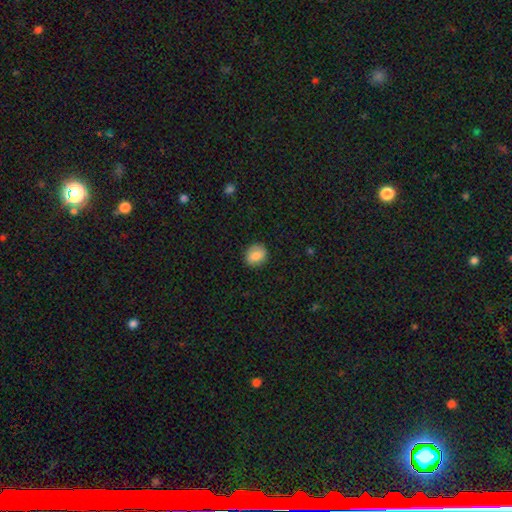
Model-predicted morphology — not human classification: Smooth or featured? smooth (83%)
How rounded? round (61%)
Merging? none (85%)